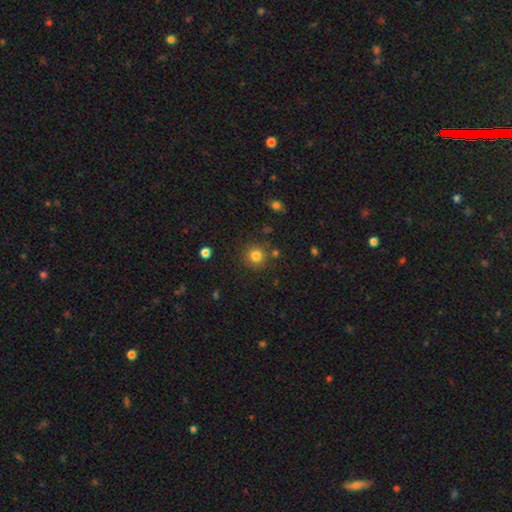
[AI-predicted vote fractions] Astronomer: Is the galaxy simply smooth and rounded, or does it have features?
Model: smooth — 81%.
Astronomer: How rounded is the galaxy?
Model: round — 93%.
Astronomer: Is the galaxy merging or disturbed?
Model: none — 84%.